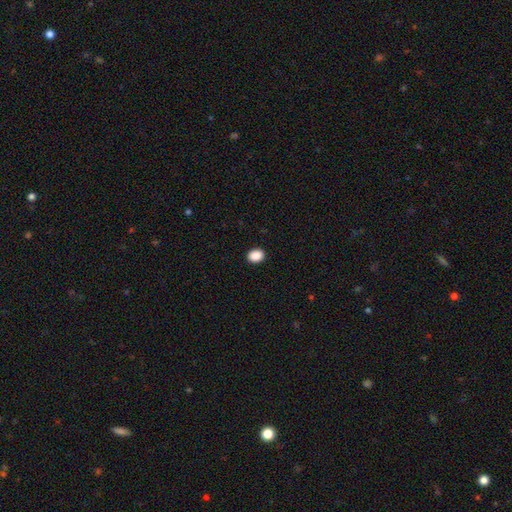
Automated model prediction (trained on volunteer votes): Overall: smooth (89%). How rounded: in between (60%; round 39%). Merging: none (91%).